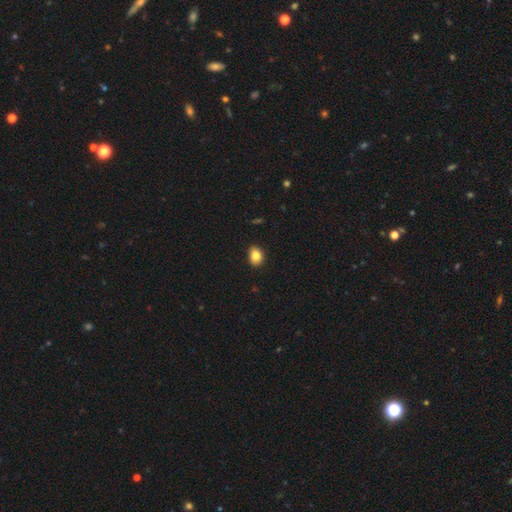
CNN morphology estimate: smooth_or_featured: smooth (p=0.85) [alt: star or artifact p=0.09]
how_rounded: in between (p=0.62) [alt: round p=0.36]
merging: none (p=0.87) [alt: minor disturbance p=0.10]